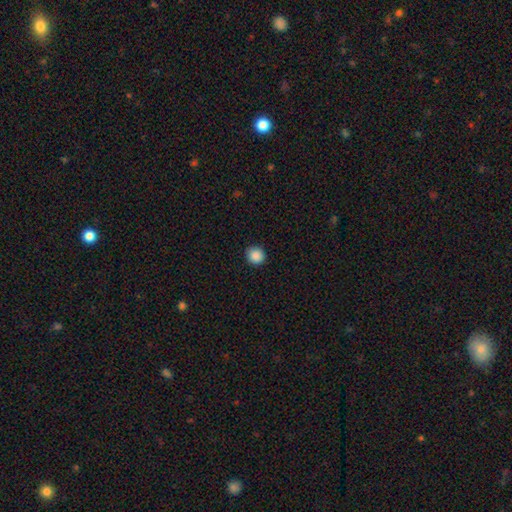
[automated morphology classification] A smooth galaxy with no disk features (88%) that is round (90%).

Vote fractions:
- Smooth or featured? smooth: 88% / star or artifact: 9% / featured or disk: 3%
- How rounded? round: 90% / in between: 9% / cigar-shaped: 1%
- Merging? none: 91% / minor disturbance: 7% / major disturbance: 2% / merger: 1%